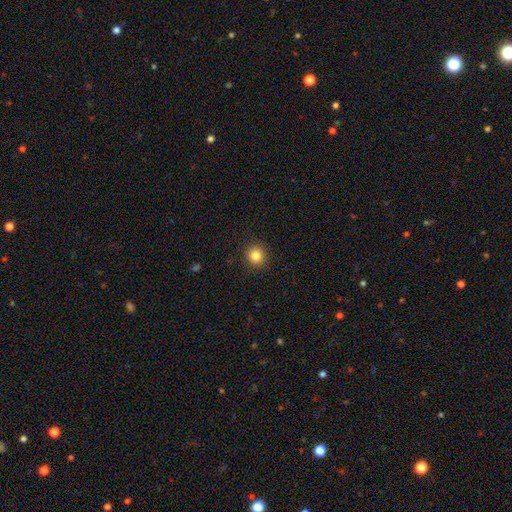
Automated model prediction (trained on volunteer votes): The model was most divided on "smooth or featured": smooth: 83%, star or artifact: 12%, featured or disk: 5%. More confident: how rounded — round (93%); merging — none (92%).